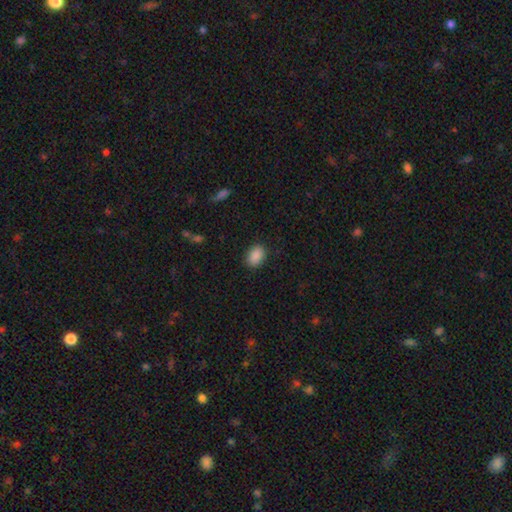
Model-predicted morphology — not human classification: smooth 89%, star or artifact 8%, featured or disk 3%. Down the decision tree: how rounded — in between (82%); merging — none (87%).